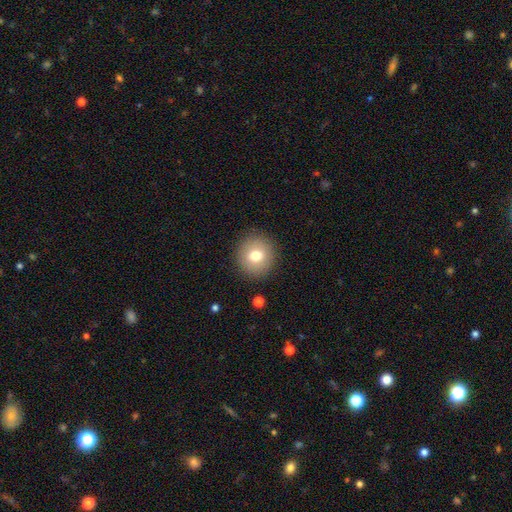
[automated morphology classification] Smooth or featured: smooth — 76% (featured or disk — 15%)
How rounded: round — 90% (in between — 9%)
Merging: none — 89% (minor disturbance — 7%)